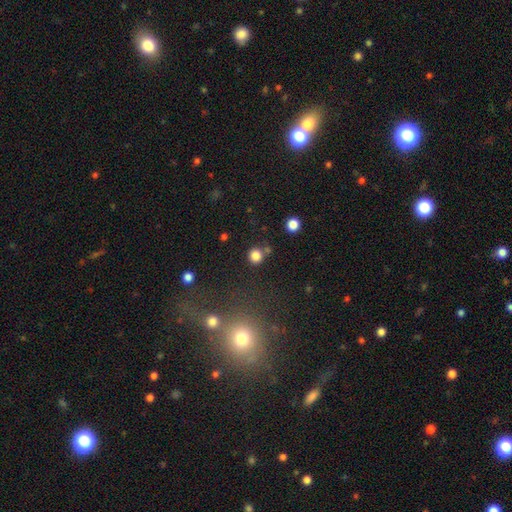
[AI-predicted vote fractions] The model was most divided on "merging": none: 76%, merger: 12%, minor disturbance: 9%, major disturbance: 3%. More confident: how rounded — round (90%); smooth or featured — smooth (82%).